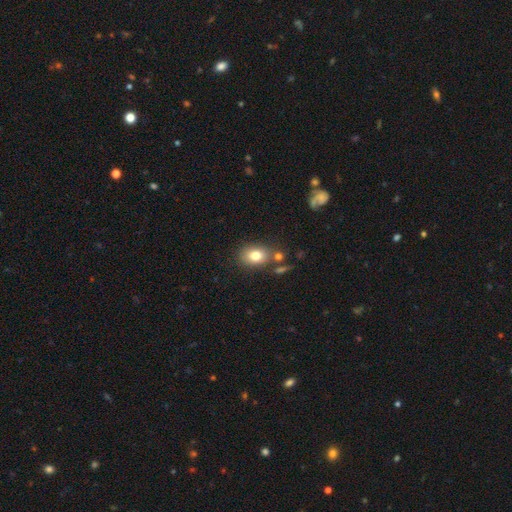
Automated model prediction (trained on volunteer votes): smooth_or_featured: smooth (p=0.79) [alt: featured or disk p=0.11]
how_rounded: in between (p=0.71) [alt: round p=0.27]
merging: none (p=0.72) [alt: minor disturbance p=0.13]